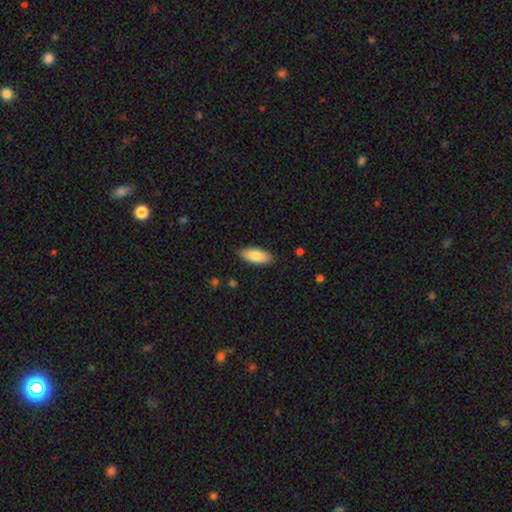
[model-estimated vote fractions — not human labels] A smooth galaxy with no disk features (82%) that is in between round and cigar-shaped (85%). Merging: none (88%).